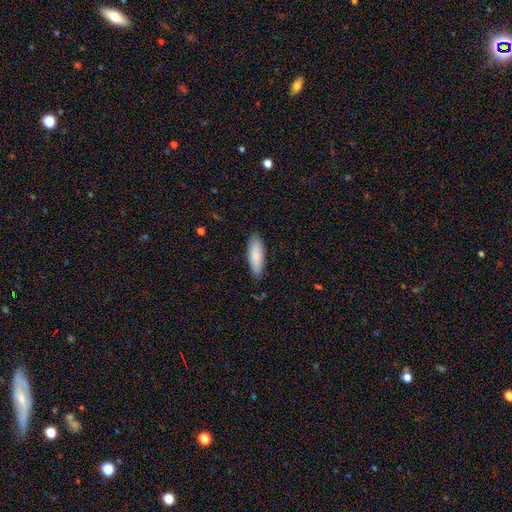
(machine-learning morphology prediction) Smooth or featured?
  - smooth: 85% *
  - featured or disk: 9%
  - star or artifact: 6%
How rounded?
  - in between: 63% *
  - cigar-shaped: 35%
  - round: 2%
Merging?
  - none: 84% *
  - minor disturbance: 13%
  - major disturbance: 2%
  - merger: 1%